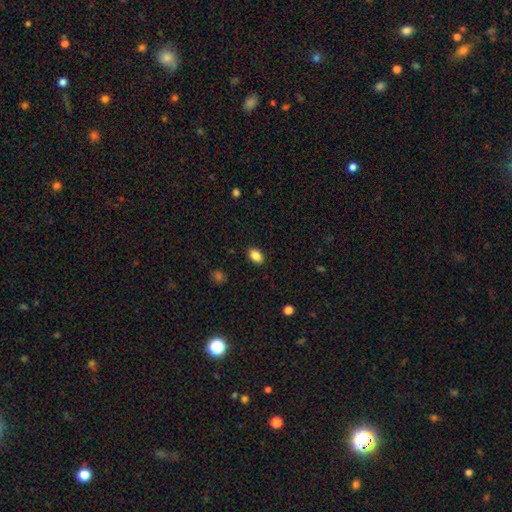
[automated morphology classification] Overall: smooth (87%). How rounded: in between (83%). Merging: none (88%).